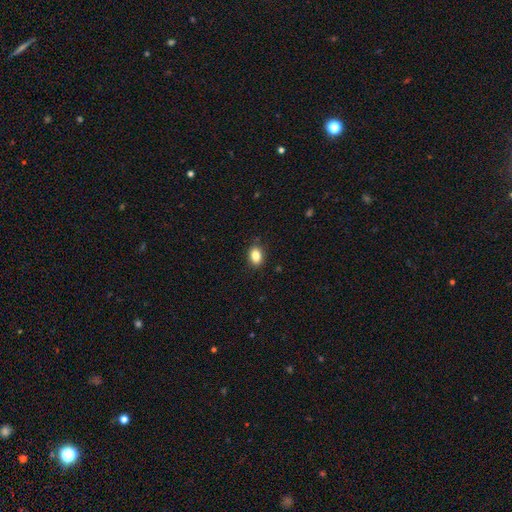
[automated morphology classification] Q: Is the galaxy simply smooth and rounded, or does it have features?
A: smooth — 85%.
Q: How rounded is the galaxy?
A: in between — 77%.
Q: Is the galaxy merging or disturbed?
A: none — 87%.